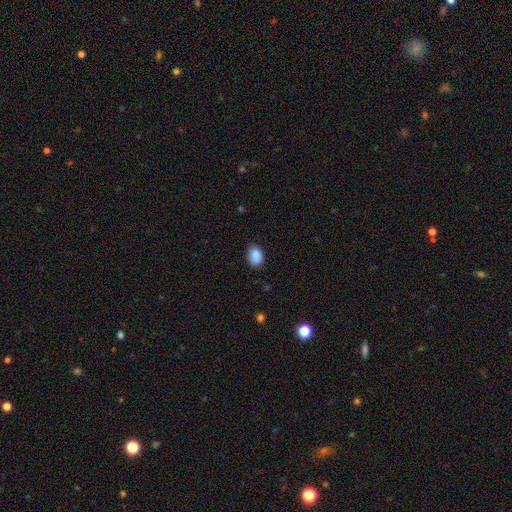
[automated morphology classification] The model was most divided on "how rounded": in between: 75%, round: 24%, cigar-shaped: 1%. More confident: smooth or featured — smooth (88%); merging — none (79%).